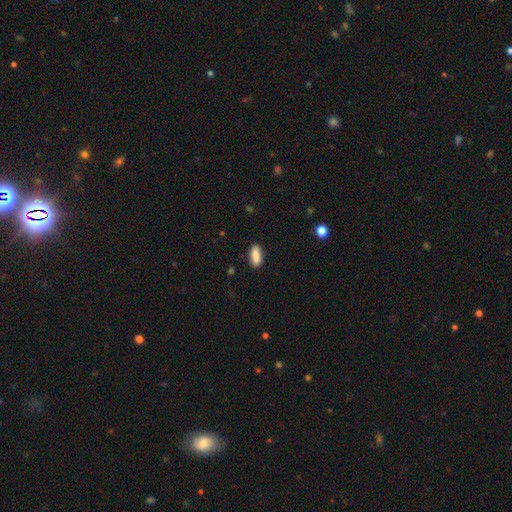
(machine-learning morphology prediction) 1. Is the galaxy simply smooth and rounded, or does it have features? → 87% smooth, 7% star or artifact, 6% featured or disk.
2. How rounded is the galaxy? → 77% in between, 20% cigar-shaped, 2% round.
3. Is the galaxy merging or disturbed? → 85% none, 11% minor disturbance, 2% major disturbance, 2% merger.